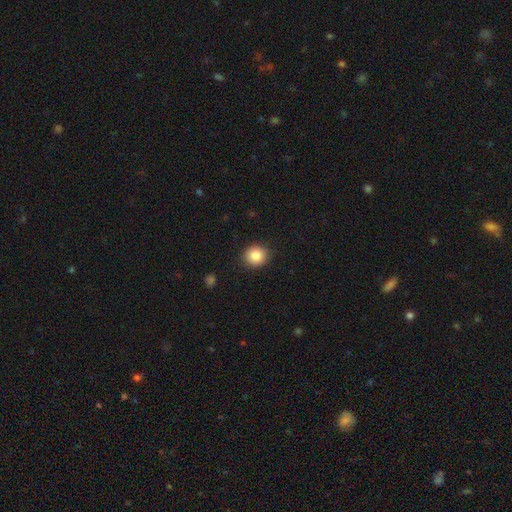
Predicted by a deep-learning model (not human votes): smooth 86%, star or artifact 9%, featured or disk 5%. Down the decision tree: how rounded — round (88%); merging — none (90%).